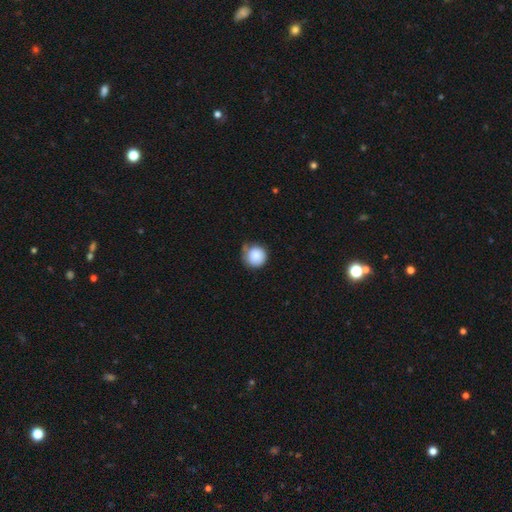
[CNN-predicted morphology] This is clearly a smooth galaxy (87%). How rounded: clearly round (94%). Merging: possibly none (57%).